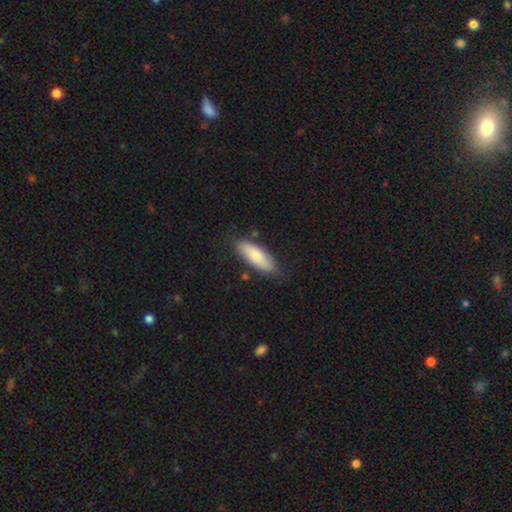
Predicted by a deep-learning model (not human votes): Smooth or featured?
  - smooth: 76% *
  - featured or disk: 18%
  - star or artifact: 6%
How rounded?
  - in between: 62% *
  - cigar-shaped: 36%
  - round: 2%
Merging?
  - none: 79% *
  - minor disturbance: 16%
  - major disturbance: 3%
  - merger: 2%